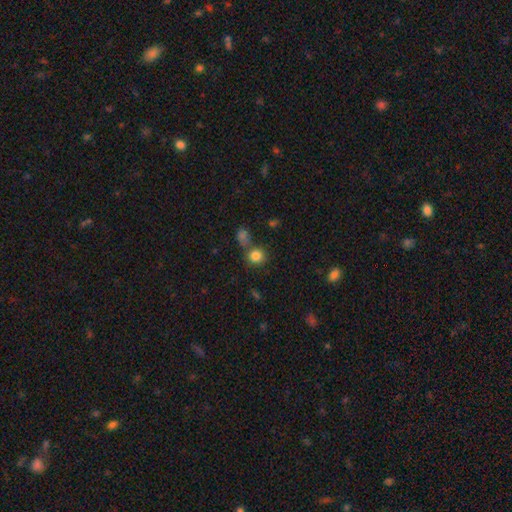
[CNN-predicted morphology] Overall: smooth (83%). How rounded: round (83%). Merging: none (65%).